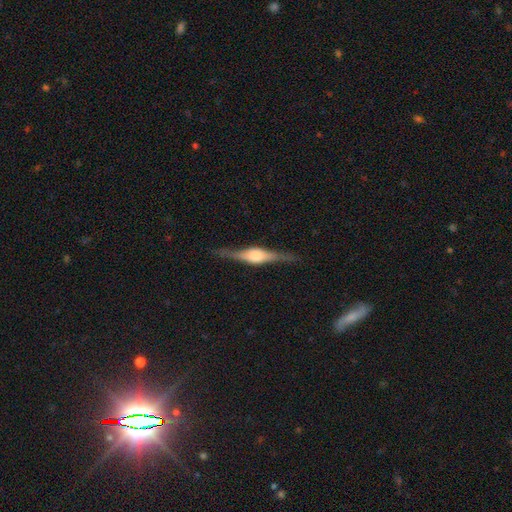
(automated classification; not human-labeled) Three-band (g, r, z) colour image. It shows a featured or disk galaxy (79%) viewed edge-on (97%) with a rounded central bulge (74%). Merging: none (84%).